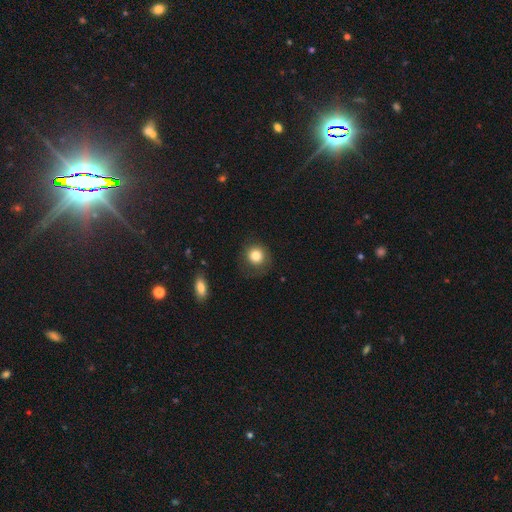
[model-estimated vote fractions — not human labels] Overall: smooth (82%). How rounded: round (89%). Merging: none (75%).